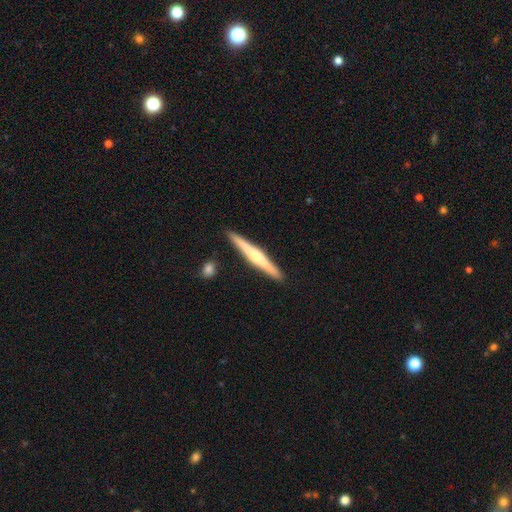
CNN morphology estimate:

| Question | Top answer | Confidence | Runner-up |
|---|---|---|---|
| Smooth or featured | featured or disk | 66% | smooth (28%) |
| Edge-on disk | yes | 98% | no (2%) |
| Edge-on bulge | rounded | 77% | none (15%) |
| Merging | none | 90% | minor disturbance (7%) |